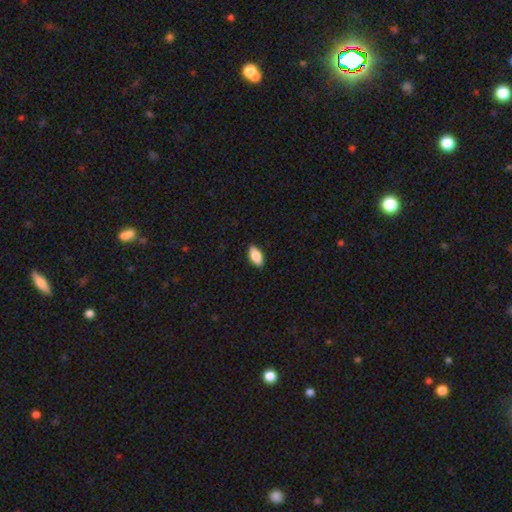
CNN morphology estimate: Overall: smooth (83%). How rounded: in between (89%). Merging: none (88%).